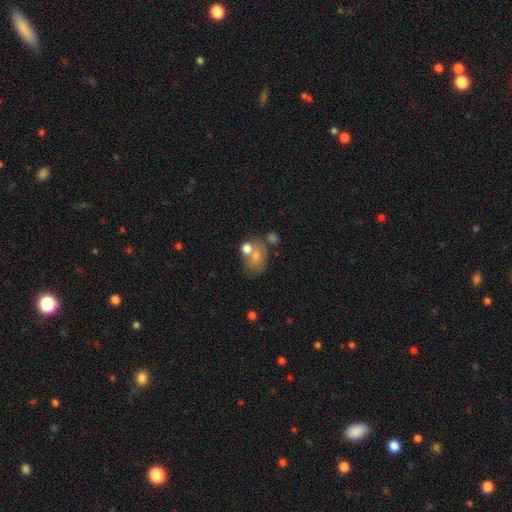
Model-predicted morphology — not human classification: Overall: smooth (66%). How rounded: in between (64%; round 35%). Merging: none (36%; merger 35%).